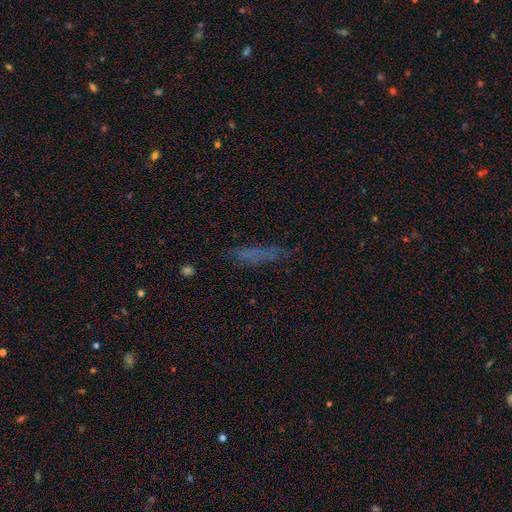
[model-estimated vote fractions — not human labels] The model was most divided on "smooth or featured": smooth: 59%, star or artifact: 21%, featured or disk: 20%. More confident: how rounded — cigar-shaped (80%); merging — none (69%).